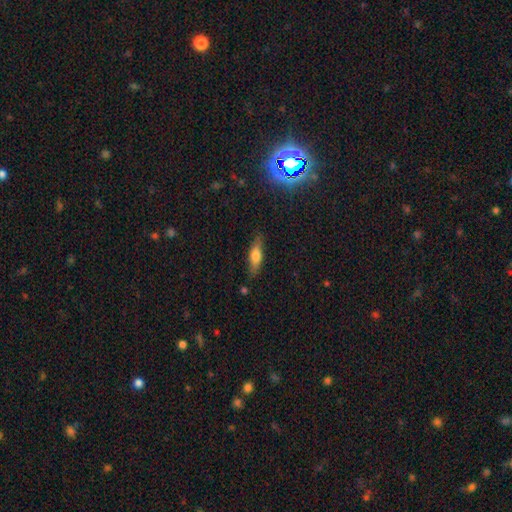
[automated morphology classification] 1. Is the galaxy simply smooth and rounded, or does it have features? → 63% smooth, 29% featured or disk, 8% star or artifact.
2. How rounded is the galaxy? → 49% in between, 48% cigar-shaped, 3% round.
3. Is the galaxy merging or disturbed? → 81% none, 14% minor disturbance, 3% major disturbance, 2% merger.